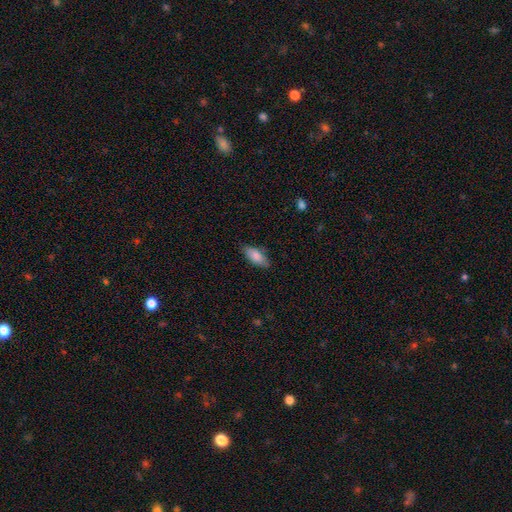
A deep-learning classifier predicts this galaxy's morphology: This appears to be a smooth galaxy with no disk features (83%) that is in between round and cigar-shaped (80%). Merging: none (80%).